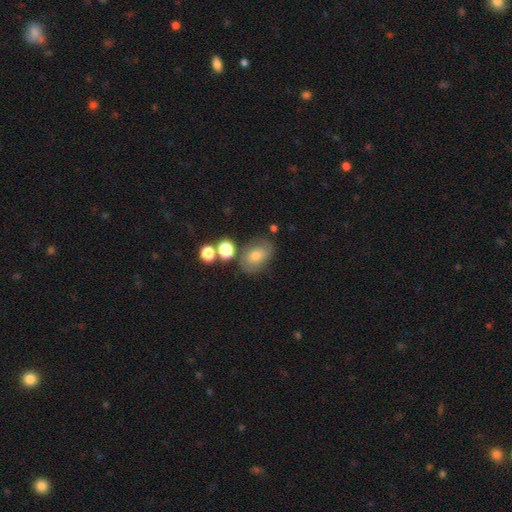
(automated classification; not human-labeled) smooth_or_featured: smooth (p=0.68) [alt: featured or disk p=0.19]
how_rounded: in between (p=0.75) [alt: round p=0.24]
merging: none (p=0.66) [alt: minor disturbance p=0.18]